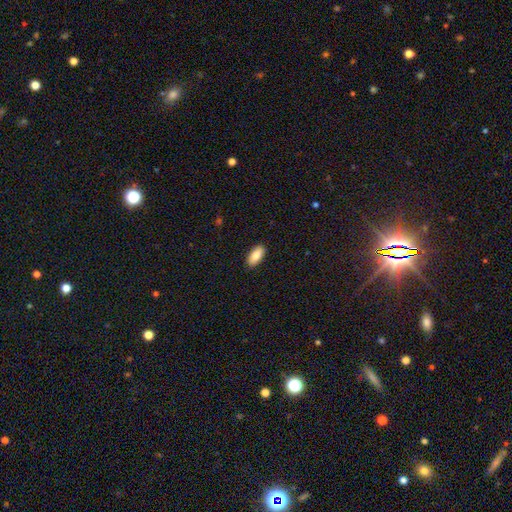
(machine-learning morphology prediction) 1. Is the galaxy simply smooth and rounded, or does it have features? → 85% smooth, 8% featured or disk, 6% star or artifact.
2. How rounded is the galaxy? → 89% in between, 8% cigar-shaped, 2% round.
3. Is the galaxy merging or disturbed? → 89% none, 8% minor disturbance, 2% major disturbance, 1% merger.